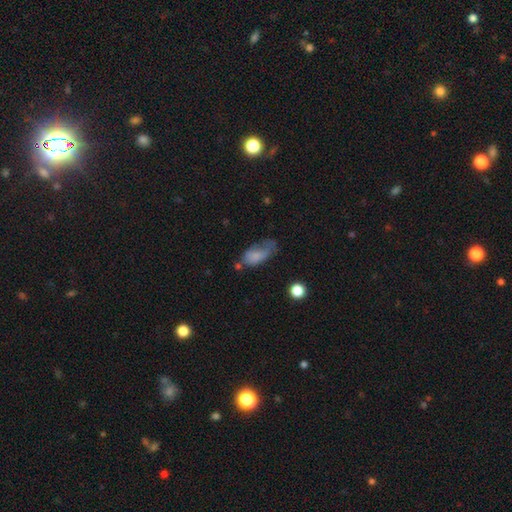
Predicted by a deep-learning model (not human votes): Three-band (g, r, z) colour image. It shows a smooth galaxy with no disk features (71%) that is in between round and cigar-shaped (89%). Merging: major disturbance (36%).